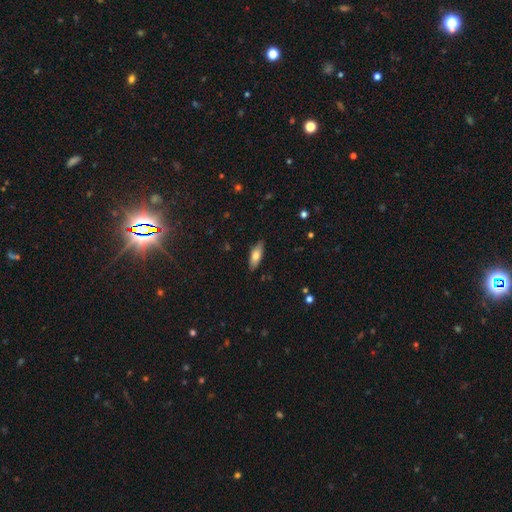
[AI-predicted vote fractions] Smooth or featured? smooth (70%)
How rounded? in between (68%)
Merging? none (87%)